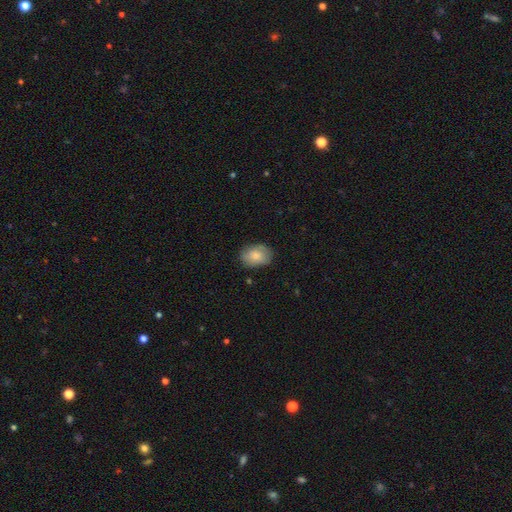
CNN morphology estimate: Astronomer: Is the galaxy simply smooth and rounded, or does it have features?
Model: smooth — 80%.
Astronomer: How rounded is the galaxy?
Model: in between — 74%.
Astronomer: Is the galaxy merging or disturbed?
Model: none — 74%.